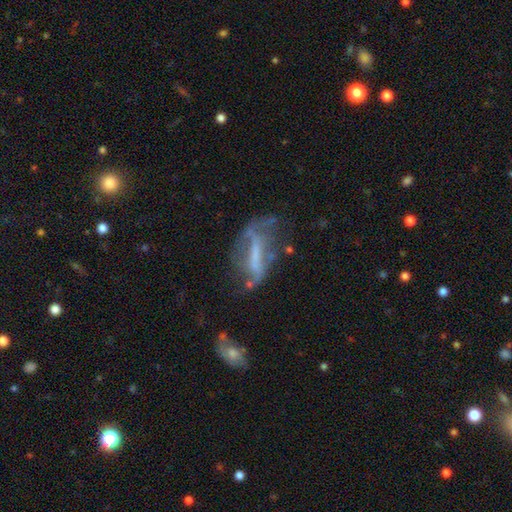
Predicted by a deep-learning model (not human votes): A featured or disk galaxy (62%) with a strong bar (44%), no spiral arms (56%) and no central bulge (50%). Merging: none (36%).